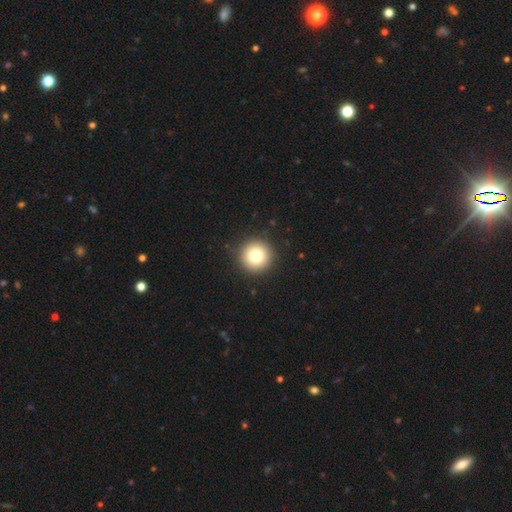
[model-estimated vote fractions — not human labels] This is clearly a smooth galaxy (82%). How rounded: clearly round (96%). Merging: clearly none (91%).